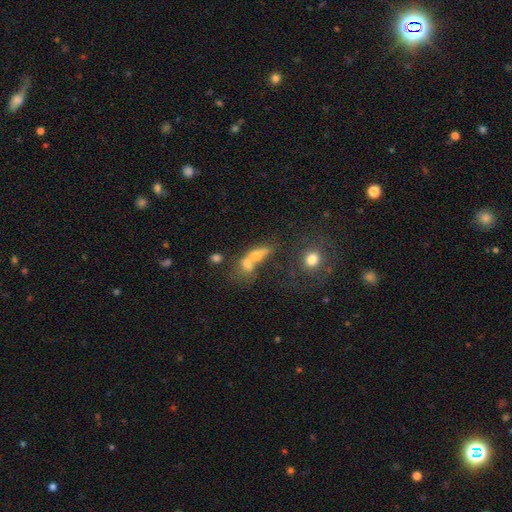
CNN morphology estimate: Overall: smooth (56%; featured or disk 29%). How rounded: in between (53%; round 28%). Merging: merger (57%; none 24%).